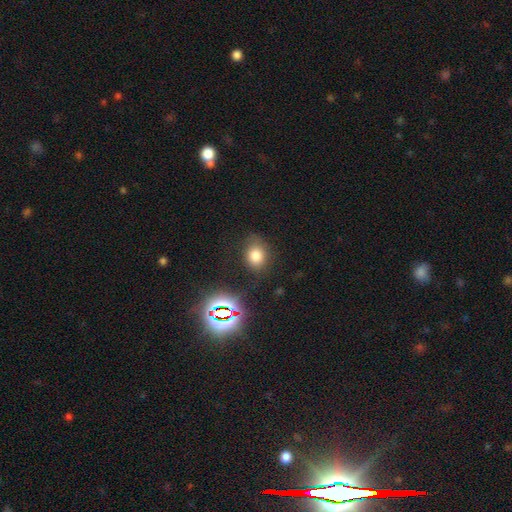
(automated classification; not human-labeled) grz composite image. It shows a smooth galaxy with no disk features (74%) that is in between round and cigar-shaped (54%). Merging: none (73%).